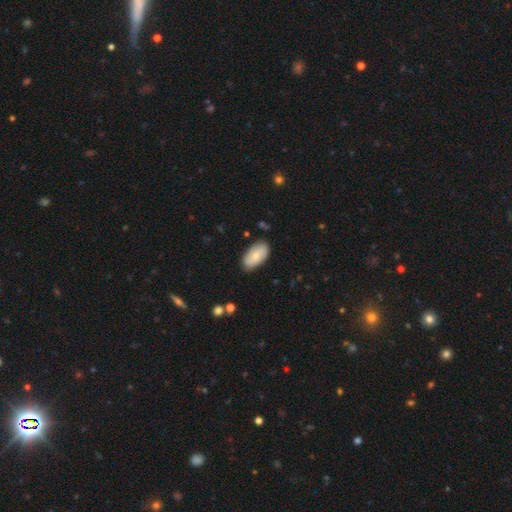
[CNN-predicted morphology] smooth_or_featured: smooth (p=0.73) [alt: featured or disk p=0.21]
how_rounded: in between (p=0.94) [alt: cigar-shaped p=0.03]
merging: none (p=0.82) [alt: minor disturbance p=0.14]